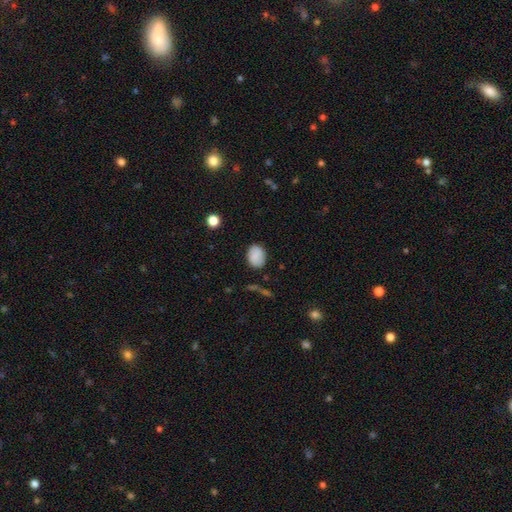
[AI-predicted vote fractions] Smooth or featured?
  - smooth: 86% *
  - star or artifact: 8%
  - featured or disk: 6%
How rounded?
  - in between: 64% *
  - round: 35%
  - cigar-shaped: 1%
Merging?
  - none: 81% *
  - minor disturbance: 14%
  - major disturbance: 3%
  - merger: 2%